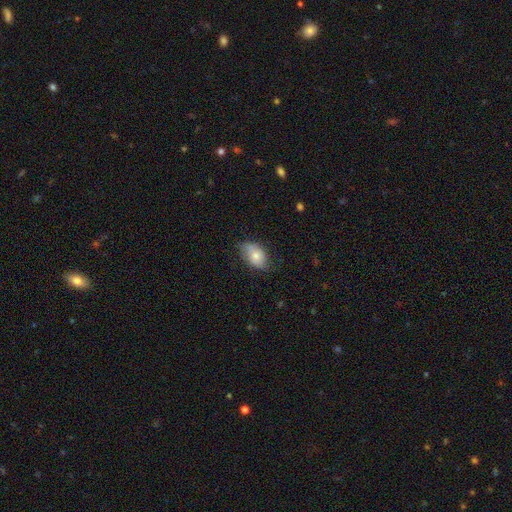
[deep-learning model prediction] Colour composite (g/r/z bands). It shows a smooth galaxy with no disk features (71%) that is in between round and cigar-shaped (88%). Merging: none (60%).